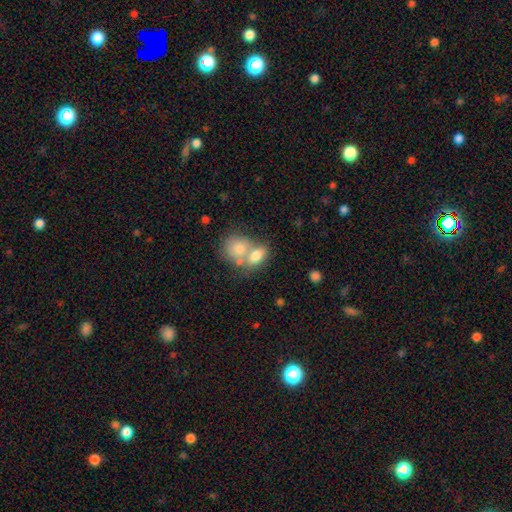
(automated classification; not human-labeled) Overall: smooth (76%). How rounded: in between (73%). Merging: merger (59%; none 28%).